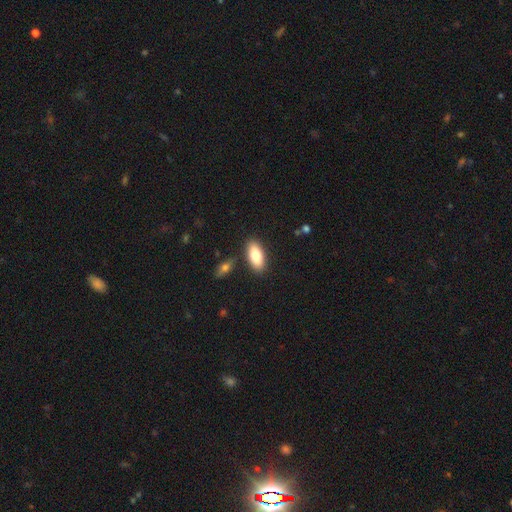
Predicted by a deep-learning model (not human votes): The model was most divided on "smooth or featured": smooth: 78%, featured or disk: 16%, star or artifact: 6%. More confident: how rounded — in between (85%); merging — none (84%).